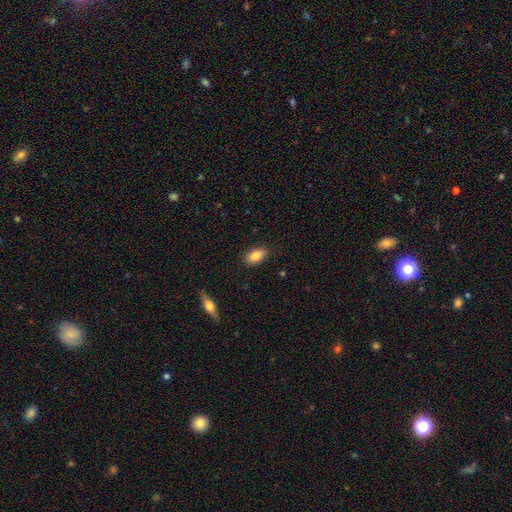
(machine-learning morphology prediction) The model was most divided on "smooth or featured": smooth: 84%, featured or disk: 9%, star or artifact: 8%. More confident: how rounded — in between (90%); merging — none (86%).